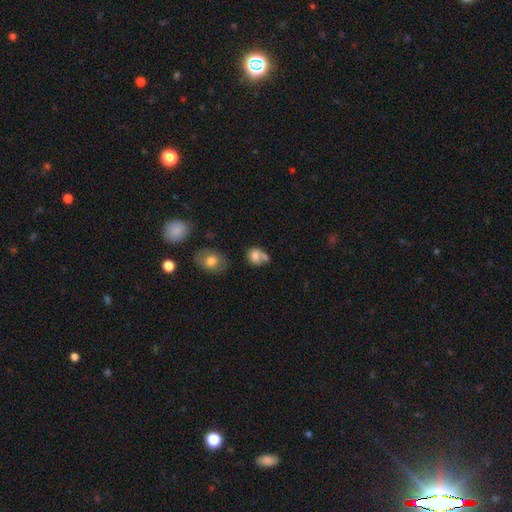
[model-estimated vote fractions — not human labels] Smooth or featured?
  - smooth: 72% *
  - featured or disk: 18%
  - star or artifact: 10%
How rounded?
  - round: 51% *
  - in between: 48%
  - cigar-shaped: 1%
Merging?
  - none: 36% *
  - merger: 35%
  - minor disturbance: 18%
  - major disturbance: 11%